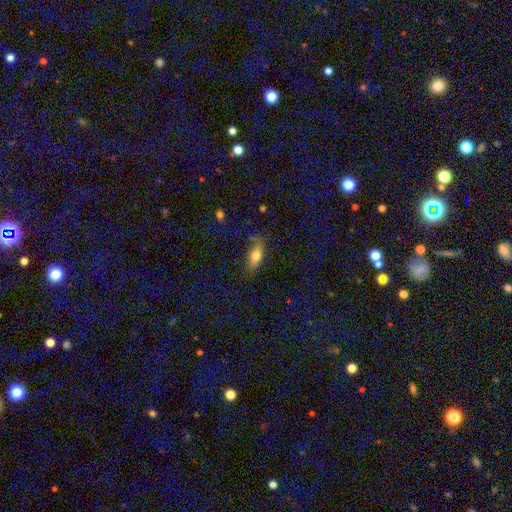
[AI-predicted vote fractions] This appears to be a smooth galaxy with no disk features (74%) that is in between round and cigar-shaped (81%). Merging: none (67%).